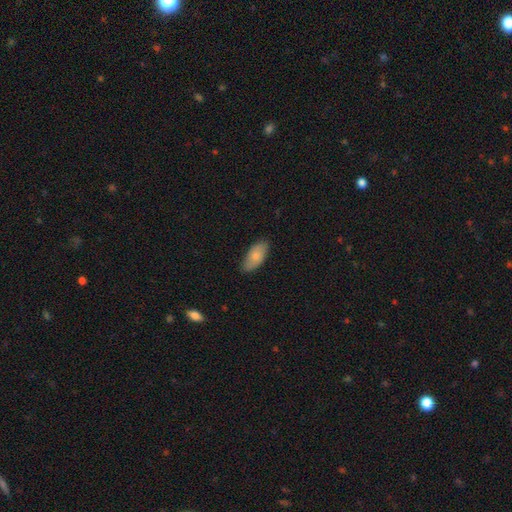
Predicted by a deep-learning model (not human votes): A smooth galaxy with no disk features (78%) that is in between round and cigar-shaped (90%).

Vote fractions:
- Smooth or featured? smooth: 78% / featured or disk: 16% / star or artifact: 6%
- How rounded? in between: 90% / cigar-shaped: 8% / round: 2%
- Merging? none: 80% / minor disturbance: 16% / major disturbance: 2% / merger: 1%